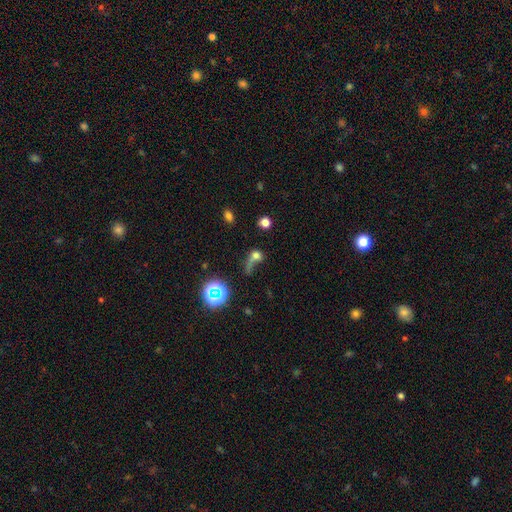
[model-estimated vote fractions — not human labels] Smooth or featured? smooth (56%)
How rounded? round (64%)
Merging? major disturbance (33%)